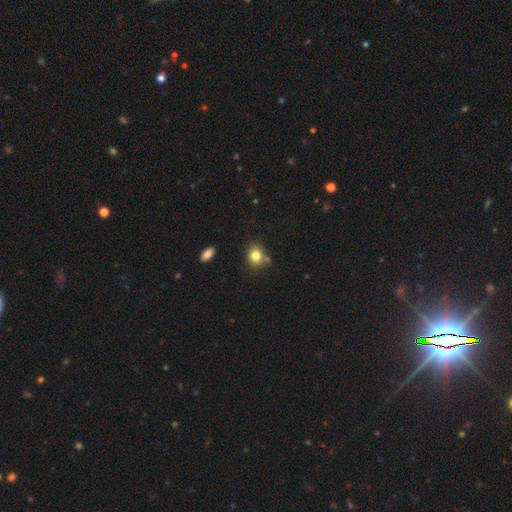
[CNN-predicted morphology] smooth-or-featured: smooth: 81% | star or artifact: 11% | featured or disk: 8%
  how-rounded: round: 65% | in between: 34% | cigar-shaped: 1%
  merging: none: 72% | minor disturbance: 14% | merger: 11% | major disturbance: 3%